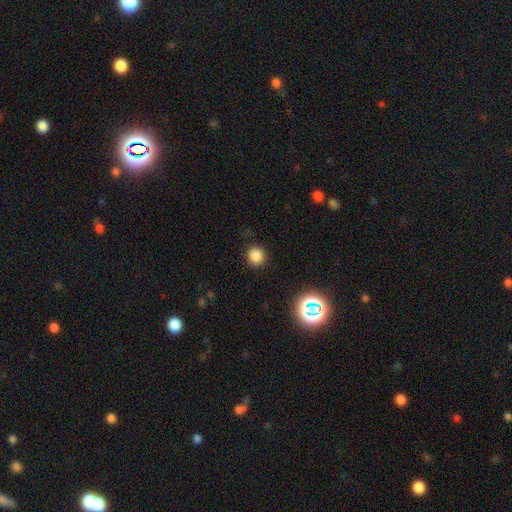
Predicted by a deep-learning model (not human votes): A smooth galaxy with no disk features (82%) that is round (92%).

Vote fractions:
- Smooth or featured? smooth: 82% / star or artifact: 14% / featured or disk: 4%
- How rounded? round: 92% / in between: 7% / cigar-shaped: 1%
- Merging? none: 90% / minor disturbance: 6% / major disturbance: 2% / merger: 1%